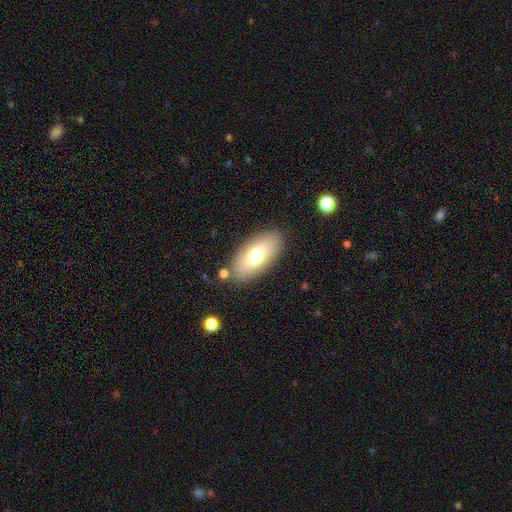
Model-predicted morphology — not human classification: Overall: smooth (70%). How rounded: in between (90%). Merging: none (83%).